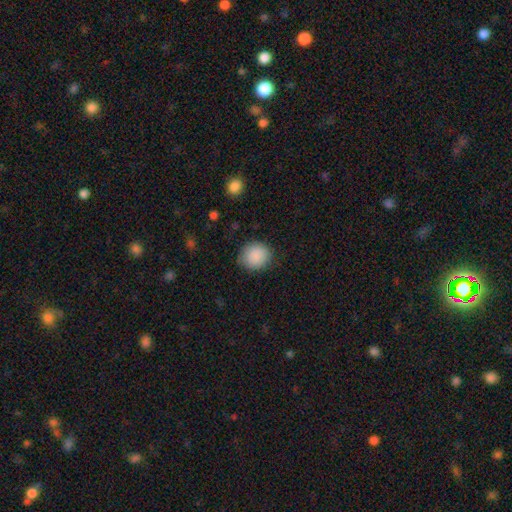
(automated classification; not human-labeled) Q: Smooth or featured?
A: smooth (89%); runner-up: star or artifact (8%)
Q: How rounded?
A: round (82%); runner-up: in between (17%)
Q: Merging?
A: none (85%); runner-up: minor disturbance (11%)